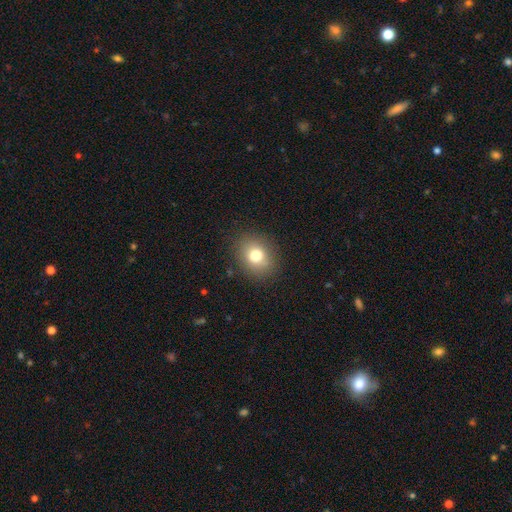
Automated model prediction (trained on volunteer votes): Smooth or featured? Predicted: smooth (p=0.77). How rounded? Predicted: round (p=0.59). Merging? Predicted: none (p=0.85).